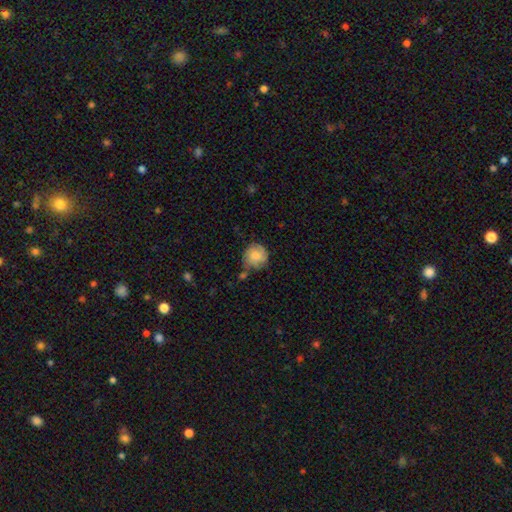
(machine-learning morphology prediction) Smooth or featured? smooth (68%)
How rounded? round (88%)
Merging? none (61%)